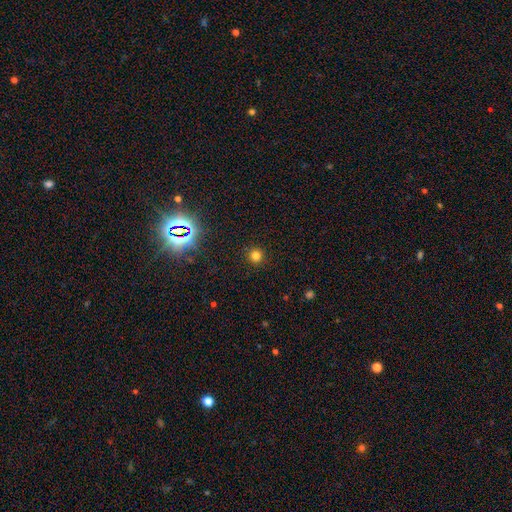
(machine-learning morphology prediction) This appears to be a smooth galaxy with no disk features (77%) that is round (95%). Merging: none (92%).